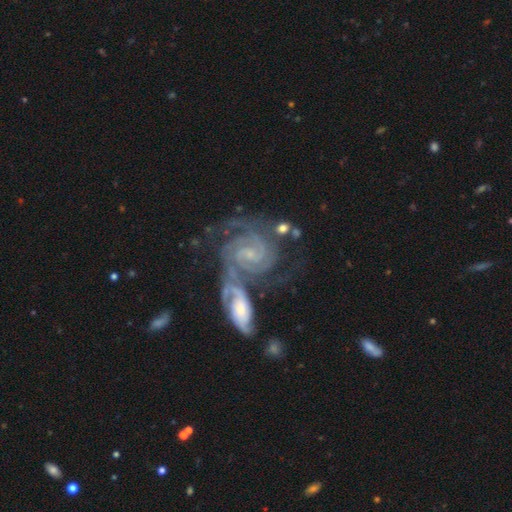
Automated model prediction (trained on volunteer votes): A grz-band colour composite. It shows a featured or disk galaxy (92%) with a weak bar (43%), 2 (60%) tight (70%) spiral arms (98%) and a small central bulge (74%). Merging: merger (43%).